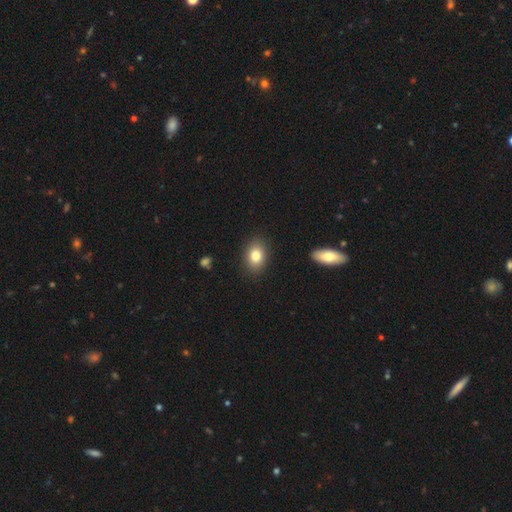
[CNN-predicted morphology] smooth_or_featured: smooth (p=0.81) [alt: featured or disk p=0.10]
how_rounded: in between (p=0.76) [alt: round p=0.23]
merging: none (p=0.87) [alt: minor disturbance p=0.09]